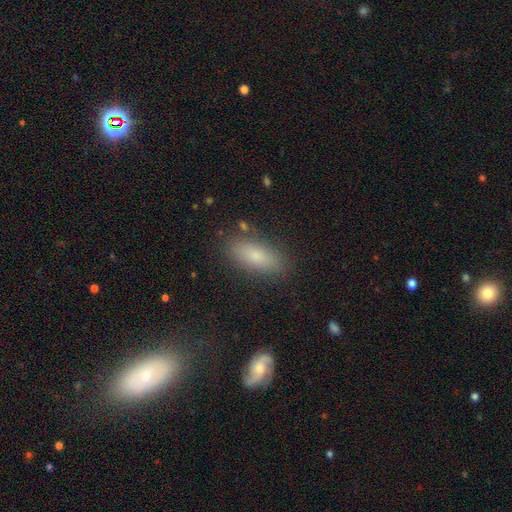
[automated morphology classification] Overall: smooth (76%). How rounded: in between (76%). Merging: none (84%).